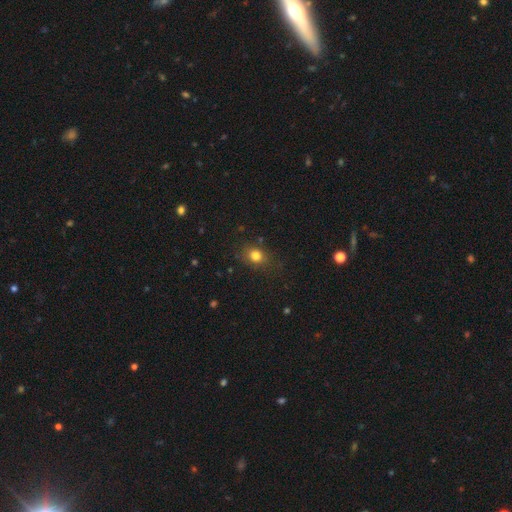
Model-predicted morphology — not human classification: smooth 80%, star or artifact 12%, featured or disk 7%. Down the decision tree: how rounded — round (53%); merging — none (78%).